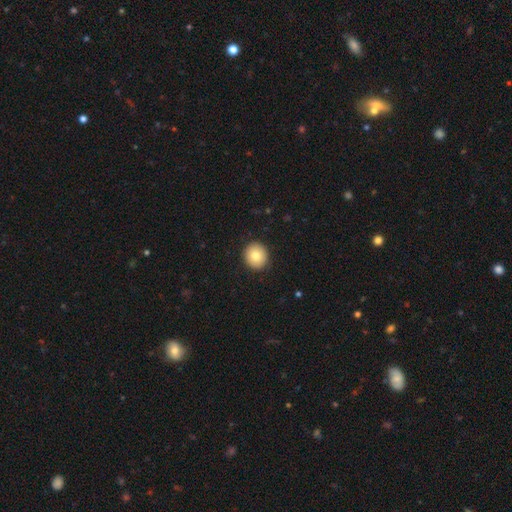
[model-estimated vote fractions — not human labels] Overall: smooth (81%). How rounded: round (85%). Merging: none (92%).